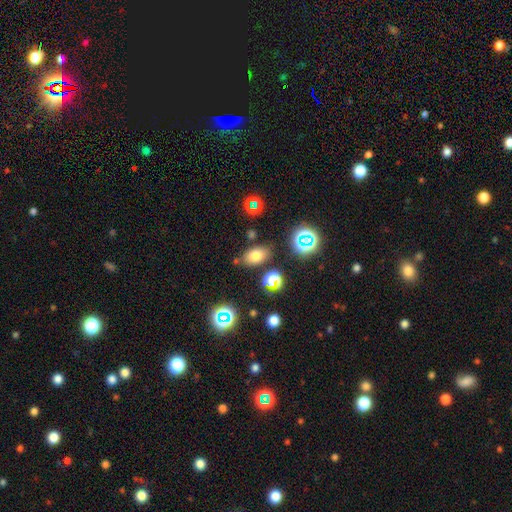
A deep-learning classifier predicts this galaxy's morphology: Smooth or featured? Predicted: smooth (p=0.71). How rounded? Predicted: in between (p=0.84). Merging? Predicted: none (p=0.78).